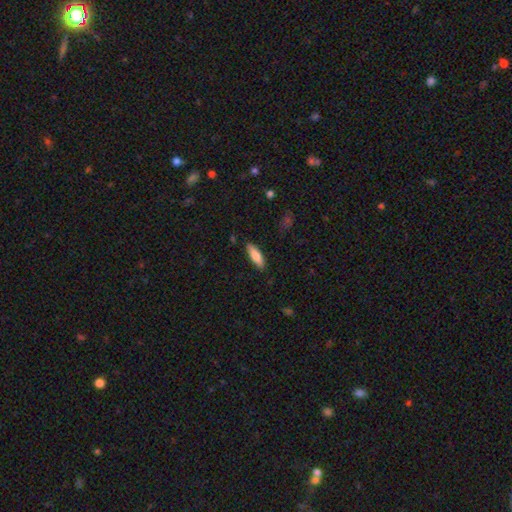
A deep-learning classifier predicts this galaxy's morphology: The model was most divided on "how rounded": cigar-shaped: 53%, in between: 45%, round: 2%. More confident: merging — none (87%); smooth or featured — smooth (78%).